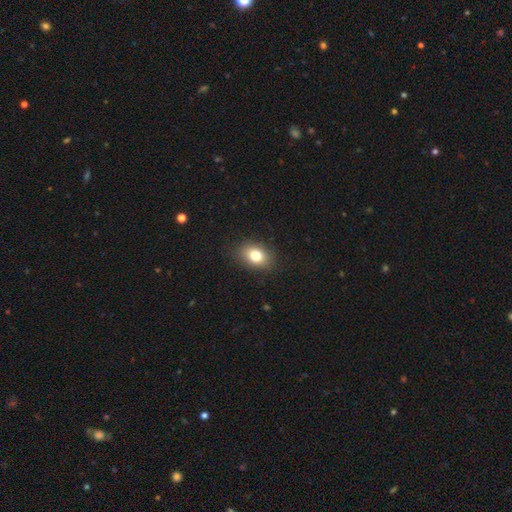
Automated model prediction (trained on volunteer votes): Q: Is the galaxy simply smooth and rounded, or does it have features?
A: smooth — 79%.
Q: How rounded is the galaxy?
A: in between — 70%.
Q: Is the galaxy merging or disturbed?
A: none — 87%.